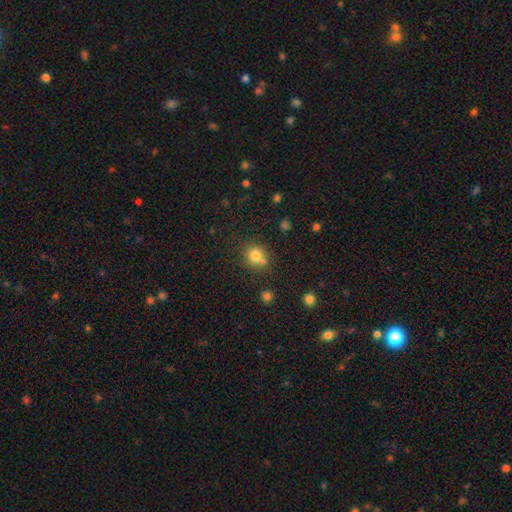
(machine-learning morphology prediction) Smooth or featured: smooth — 78% (star or artifact — 14%)
How rounded: round — 88% (in between — 11%)
Merging: none — 62% (merger — 24%)